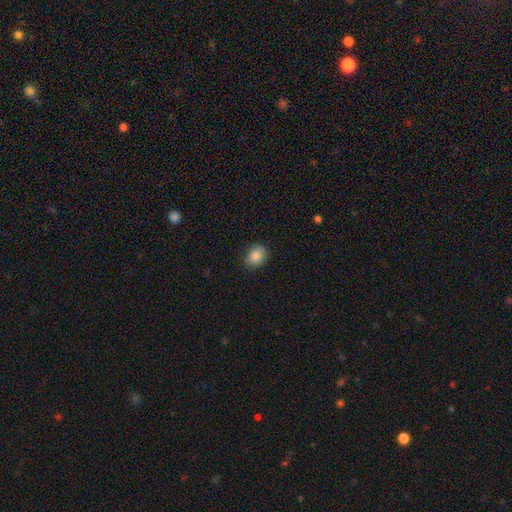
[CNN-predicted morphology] Smooth or featured?
  - smooth: 87% *
  - star or artifact: 8%
  - featured or disk: 5%
How rounded?
  - in between: 54% *
  - round: 45%
  - cigar-shaped: 1%
Merging?
  - none: 83% *
  - minor disturbance: 14%
  - major disturbance: 3%
  - merger: 1%